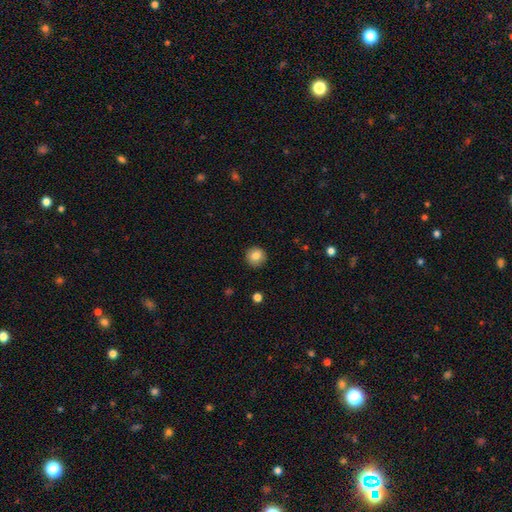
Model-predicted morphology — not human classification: This is clearly a smooth galaxy (83%). How rounded: clearly round (94%). Merging: clearly none (91%).